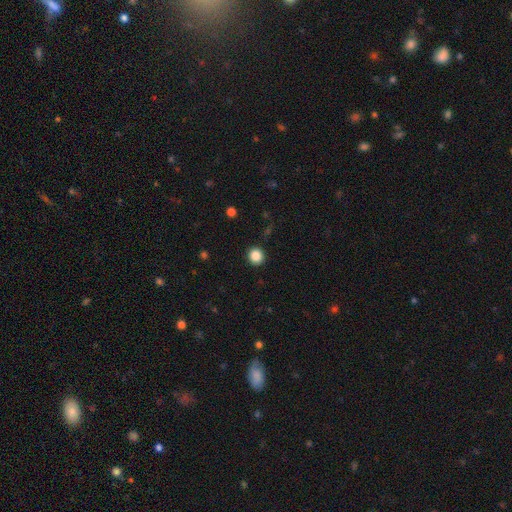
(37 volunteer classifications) Smooth or featured? 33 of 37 (89%) said smooth. How rounded? 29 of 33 (88%) said round. Merging? 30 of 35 (86%) said none.